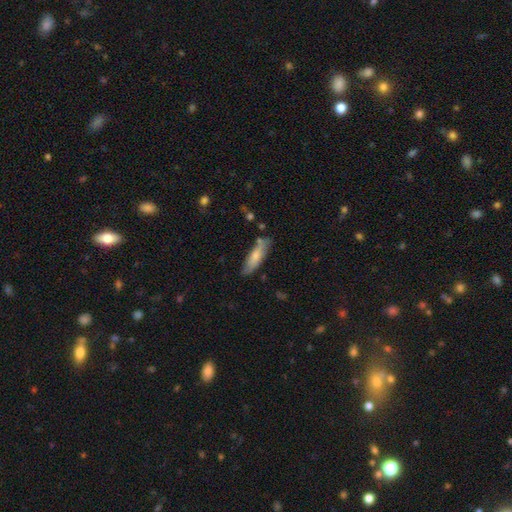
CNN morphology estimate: Q: Smooth or featured?
A: smooth (72%); runner-up: featured or disk (22%)
Q: How rounded?
A: cigar-shaped (61%); runner-up: in between (37%)
Q: Merging?
A: none (74%); runner-up: minor disturbance (18%)